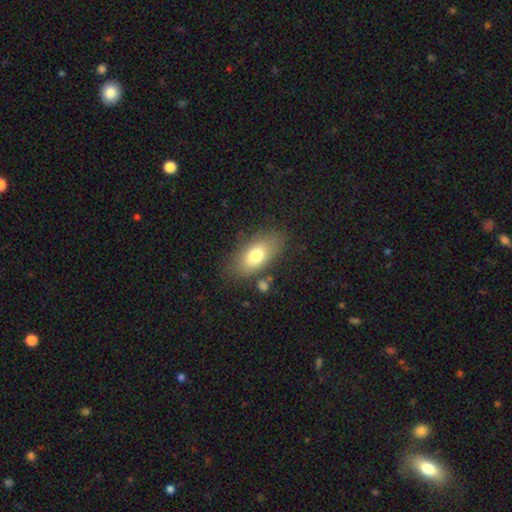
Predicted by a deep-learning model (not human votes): smooth-or-featured: smooth: 75% | featured or disk: 17% | star or artifact: 8%
  how-rounded: in between: 88% | cigar-shaped: 7% | round: 6%
  merging: none: 78% | minor disturbance: 14% | major disturbance: 5% | merger: 4%